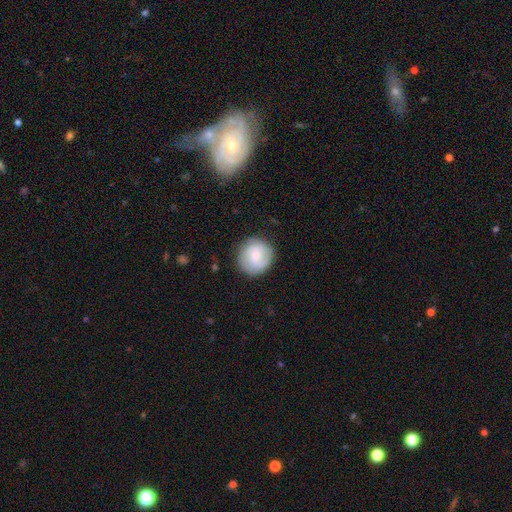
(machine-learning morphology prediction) smooth-or-featured: featured or disk: 54% | smooth: 39% | star or artifact: 6%
  disk-edge-on: no: 98% | yes: 2%
    bar: no: 51% | weak: 42% | strong: 7%
    has-spiral-arms: yes: 89% | no: 11%
    bulge-size: small: 51% | moderate: 41% | none: 4% | large: 3% | dominant: 1%
  merging: none: 83% | minor disturbance: 12% | major disturbance: 4% | merger: 1%